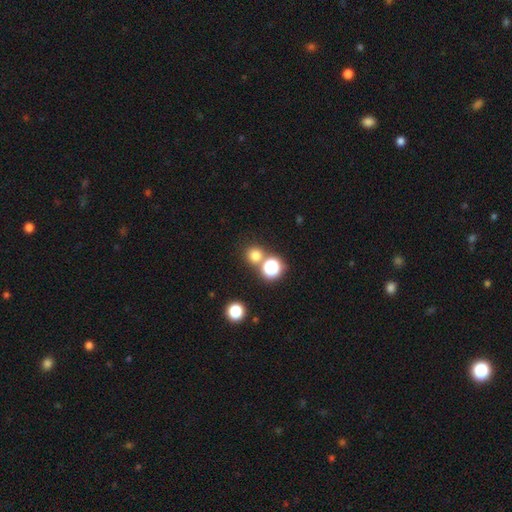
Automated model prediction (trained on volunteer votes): The model was most divided on "merging": none: 70%, merger: 20%, minor disturbance: 7%, major disturbance: 3%. More confident: how rounded — round (91%); smooth or featured — smooth (73%).